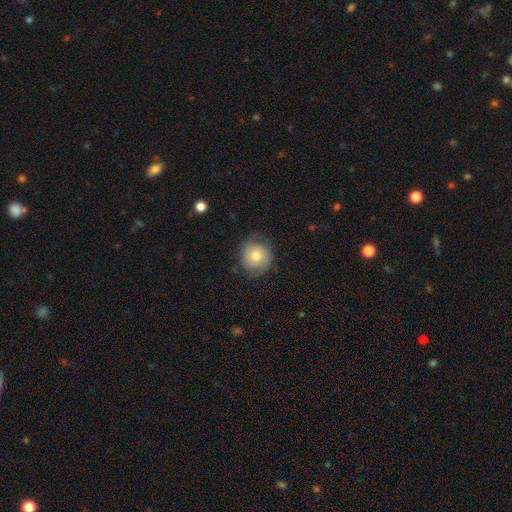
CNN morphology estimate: Smooth or featured? smooth (66%)
How rounded? round (89%)
Merging? none (72%)